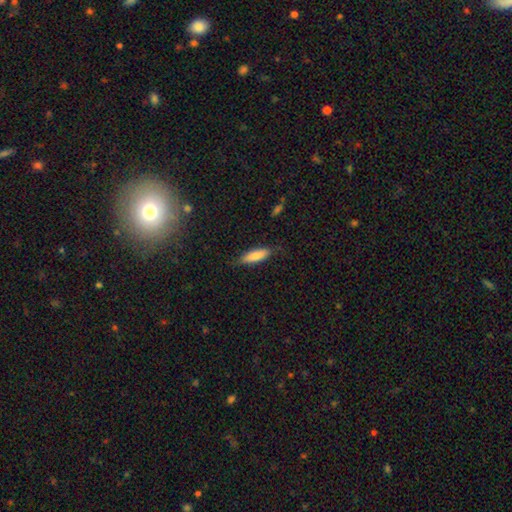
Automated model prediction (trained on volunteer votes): A smooth galaxy with no disk features (83%) that is cigar-shaped (51%). Merging: none (79%).